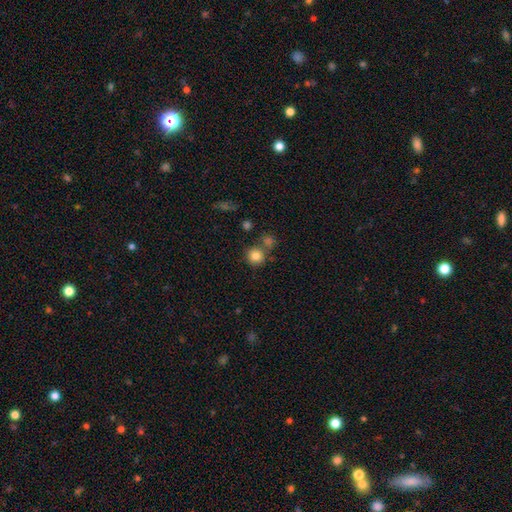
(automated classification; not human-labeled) Morphology: type=smooth (82%); roundness=round (91%); merging=none (69%).